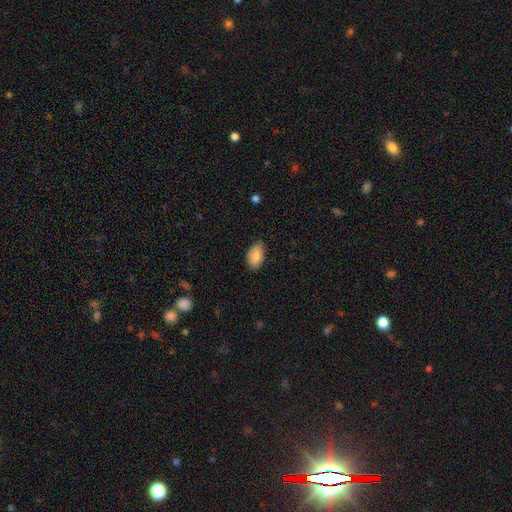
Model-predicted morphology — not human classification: The model was most divided on "merging": none: 76%, minor disturbance: 20%, major disturbance: 3%, merger: 1%. More confident: how rounded — in between (93%); smooth or featured — smooth (86%).